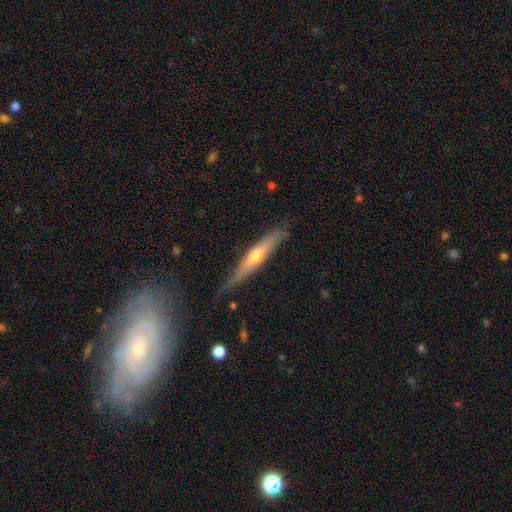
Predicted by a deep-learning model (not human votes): This is possibly a featured or disk galaxy (57%). It is clearly viewed edge-on (92%). Edge-on bulge: likely rounded (80%). Merging: likely none (77%).